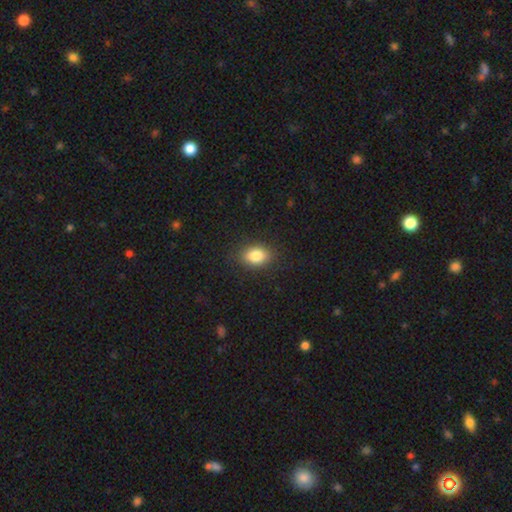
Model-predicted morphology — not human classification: This is clearly a smooth galaxy (84%). How rounded: likely in between (77%). Merging: clearly none (87%).